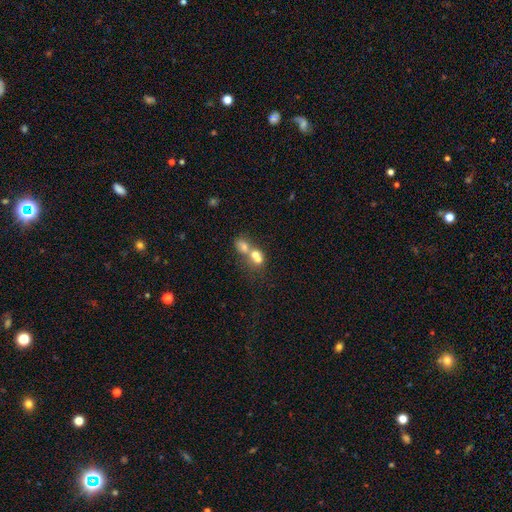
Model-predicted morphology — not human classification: A smooth galaxy with no disk features (62%) that is round (54%). Merging: merger (72%).